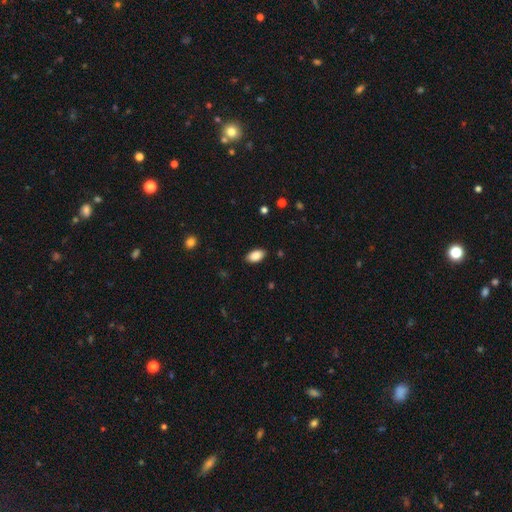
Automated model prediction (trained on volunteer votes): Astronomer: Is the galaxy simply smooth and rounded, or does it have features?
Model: smooth — 88%.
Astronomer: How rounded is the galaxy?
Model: in between — 94%.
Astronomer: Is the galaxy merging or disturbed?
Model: none — 87%.